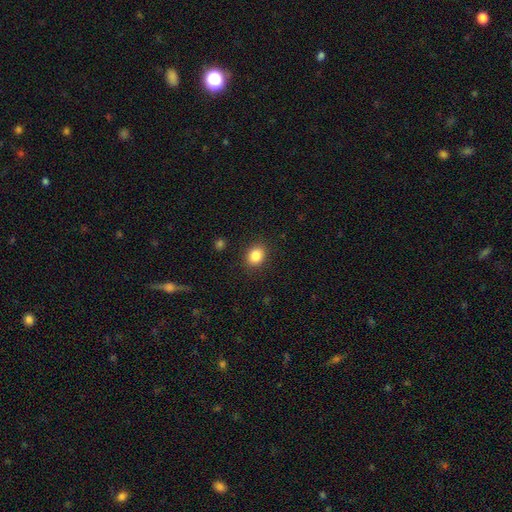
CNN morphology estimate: This is clearly a smooth galaxy (85%). How rounded: possibly round (56%). Merging: clearly none (88%).